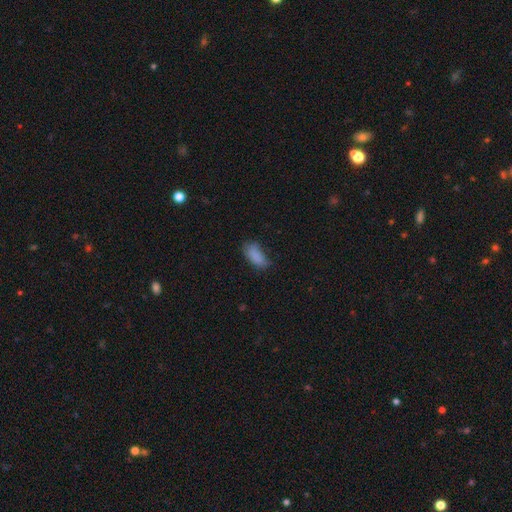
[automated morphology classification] A smooth galaxy with no disk features (85%) that is in between round and cigar-shaped (90%).

Vote fractions:
- Smooth or featured? smooth: 85% / star or artifact: 9% / featured or disk: 6%
- How rounded? in between: 90% / cigar-shaped: 8% / round: 3%
- Merging? none: 57% / minor disturbance: 31% / major disturbance: 10% / merger: 2%